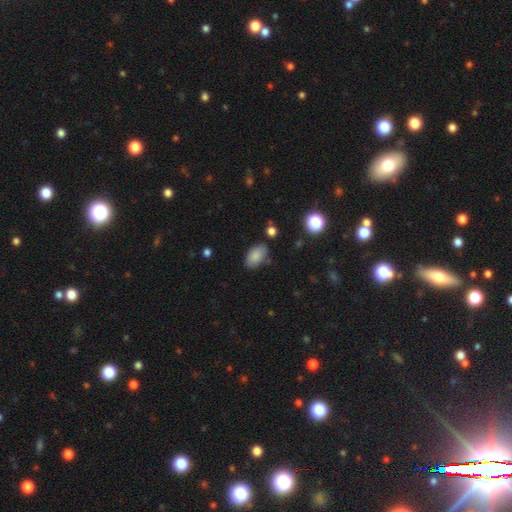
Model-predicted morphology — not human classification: This is clearly a smooth galaxy (85%). How rounded: clearly in between (91%). Merging: likely none (77%).